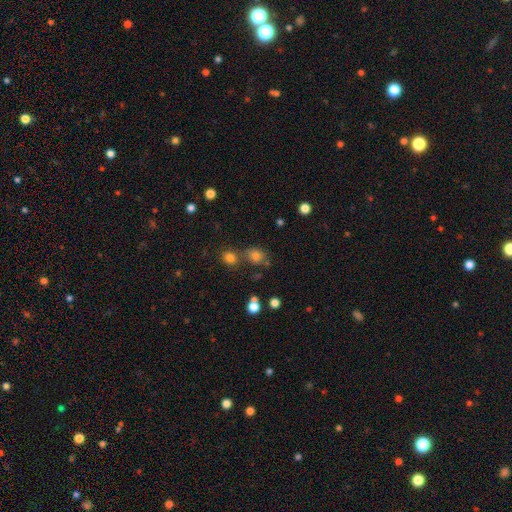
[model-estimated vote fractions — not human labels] Morphology: type=smooth (75%); roundness=round (64%); merging=none (57%).